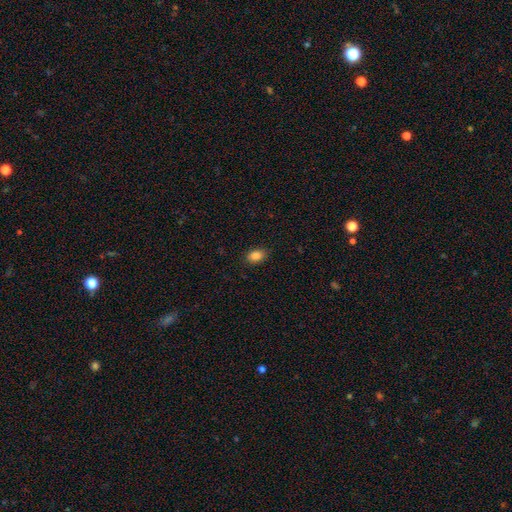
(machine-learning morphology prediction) smooth 86%, star or artifact 9%, featured or disk 5%. Down the decision tree: how rounded — in between (80%); merging — none (88%).